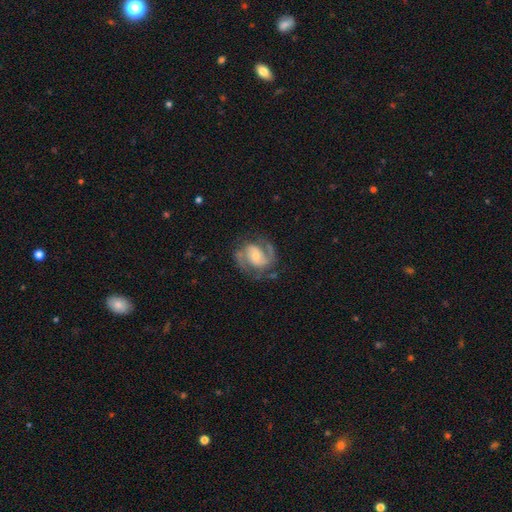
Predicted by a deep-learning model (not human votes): This appears to be a featured or disk galaxy (86%) with a weak bar (42%), 2 (89%) medium (56%) spiral arms (96%) and a small central bulge (51%). Merging: none (73%).